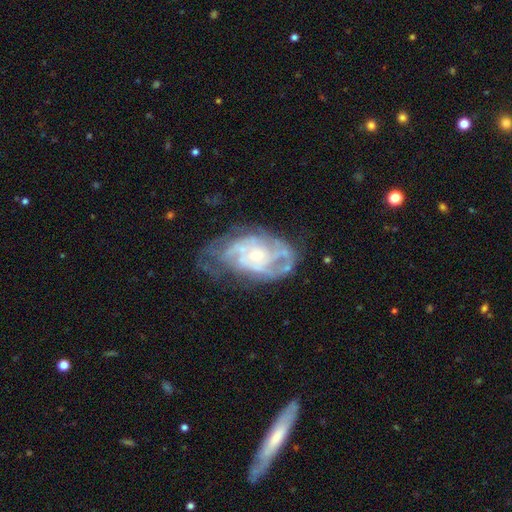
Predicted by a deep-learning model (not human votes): This appears to be a featured or disk galaxy (82%) with no bar (77%), tight (57%) spiral arms (84%) and a small central bulge (63%). Merging: none (51%).